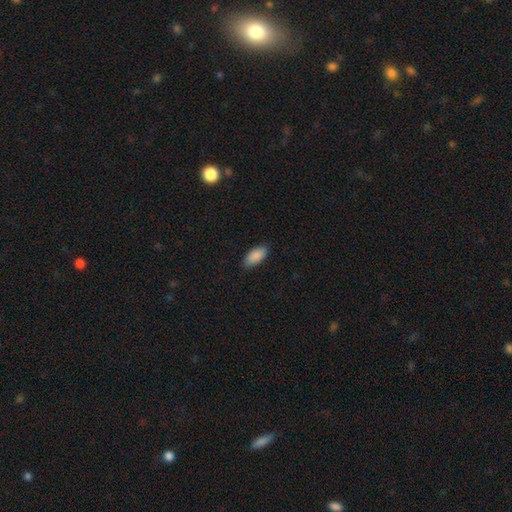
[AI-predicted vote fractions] smooth_or_featured: smooth (p=0.89) [alt: star or artifact p=0.06]
how_rounded: in between (p=0.91) [alt: cigar-shaped p=0.06]
merging: none (p=0.84) [alt: minor disturbance p=0.13]